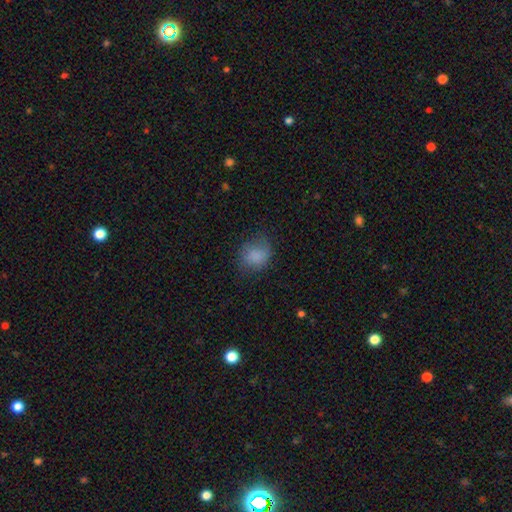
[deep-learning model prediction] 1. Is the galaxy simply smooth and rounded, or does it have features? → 82% smooth, 9% star or artifact, 9% featured or disk.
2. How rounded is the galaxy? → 62% round, 37% in between, 1% cigar-shaped.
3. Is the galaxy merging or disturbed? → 64% none, 25% minor disturbance, 10% major disturbance, 1% merger.